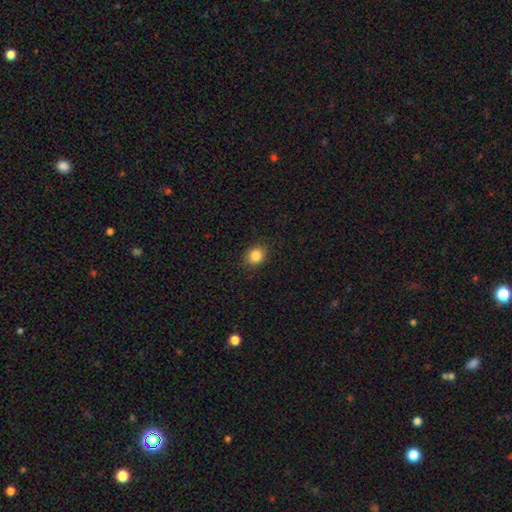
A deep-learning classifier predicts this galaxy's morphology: Q: Smooth or featured?
A: smooth (85%); runner-up: star or artifact (10%)
Q: How rounded?
A: round (71%); runner-up: in between (28%)
Q: Merging?
A: none (88%); runner-up: minor disturbance (9%)